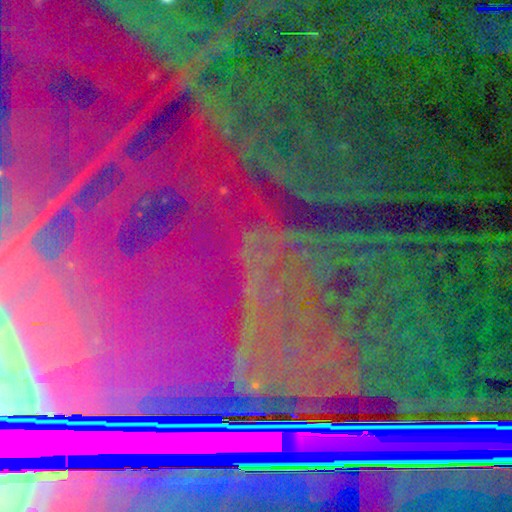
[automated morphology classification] Smooth or featured: star or artifact — 89% (featured or disk — 6%)